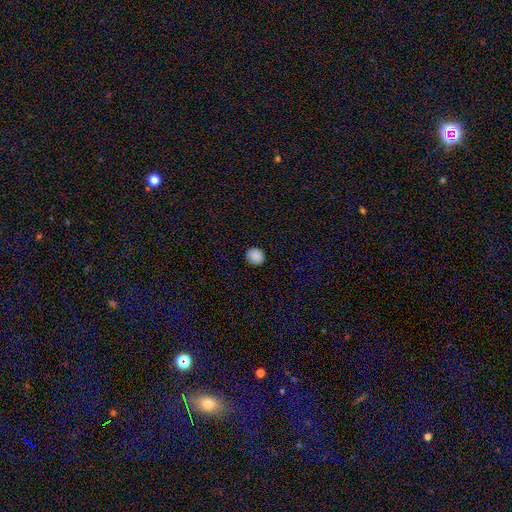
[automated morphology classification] smooth-or-featured: smooth: 88% | star or artifact: 9% | featured or disk: 3%
  how-rounded: round: 84% | in between: 15% | cigar-shaped: 1%
  merging: none: 89% | minor disturbance: 8% | major disturbance: 2% | merger: 1%